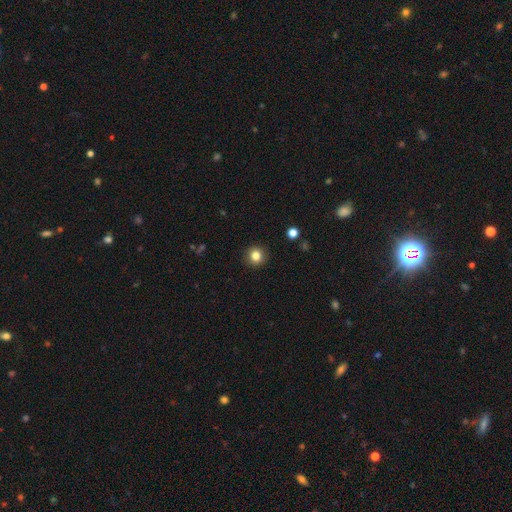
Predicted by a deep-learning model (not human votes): A smooth galaxy with no disk features (83%) that is round (92%).

Vote fractions:
- Smooth or featured? smooth: 83% / star or artifact: 11% / featured or disk: 6%
- How rounded? round: 92% / in between: 7% / cigar-shaped: 1%
- Merging? none: 92% / minor disturbance: 6% / major disturbance: 2% / merger: 1%